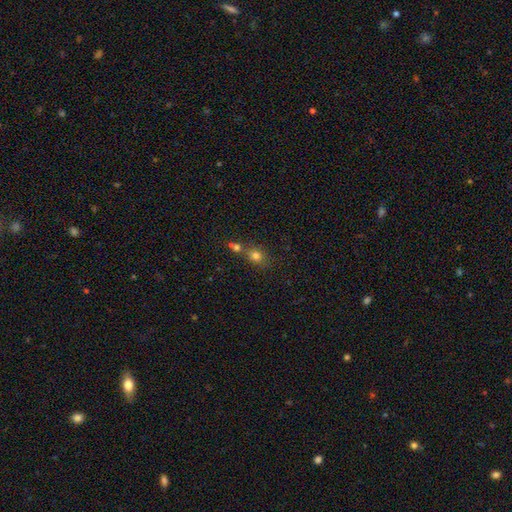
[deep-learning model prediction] smooth-or-featured: smooth: 77% | star or artifact: 14% | featured or disk: 9%
  how-rounded: round: 69% | in between: 30% | cigar-shaped: 1%
  merging: none: 50% | merger: 36% | minor disturbance: 10% | major disturbance: 4%